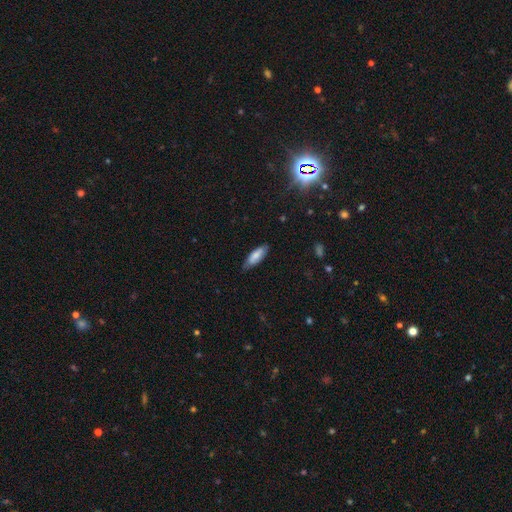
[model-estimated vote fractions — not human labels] Smooth or featured? Predicted: smooth (p=0.72). How rounded? Predicted: in between (p=0.64). Merging? Predicted: none (p=0.73).